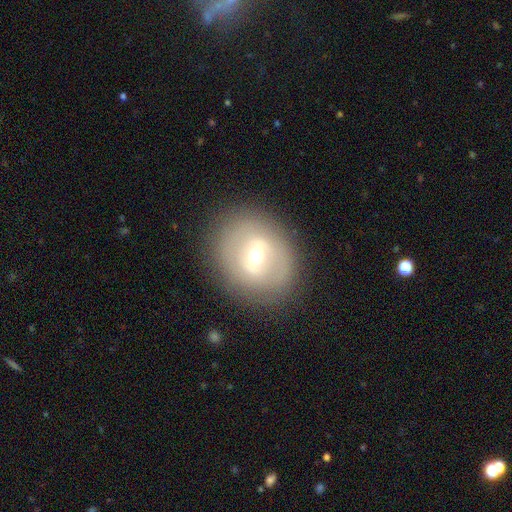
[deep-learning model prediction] Smooth or featured?
  - featured or disk: 55% *
  - smooth: 36%
  - star or artifact: 9%
Edge-on disk?
  - no: 93% *
  - yes: 7%
Bar?
  - weak: 45% *
  - no: 29%
  - strong: 27%
Spiral arms?
  - no: 70% *
  - yes: 30%
Bulge size?
  - moderate: 61% *
  - small: 33%
  - large: 5%
  - dominant: 1%
  - none: 1%
Merging?
  - none: 82% *
  - minor disturbance: 11%
  - major disturbance: 5%
  - merger: 1%